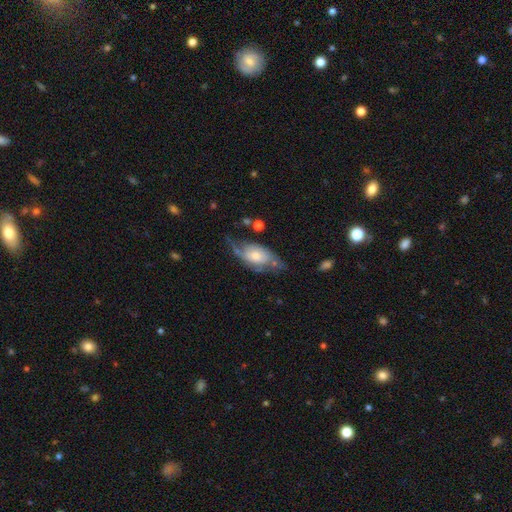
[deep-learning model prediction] smooth_or_featured: featured or disk (p=0.61) [alt: smooth p=0.33]
disk_edge_on: no (p=0.89) [alt: yes p=0.11]
bar: no (p=0.69) [alt: weak p=0.26]
has_spiral_arms: yes (p=0.79) [alt: no p=0.21]
bulge_size: moderate (p=0.43) [alt: small p=0.29]
merging: none (p=0.43) [alt: minor disturbance p=0.29]